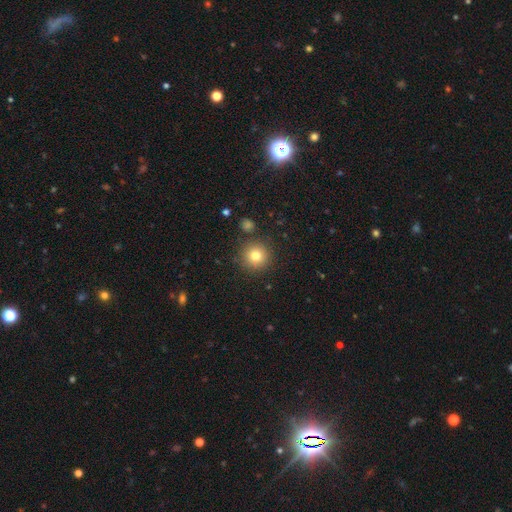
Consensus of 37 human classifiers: Q: Smooth or featured?
A: smooth (81%); runner-up: featured or disk (19%)
Q: How rounded?
A: round (90%); runner-up: in between (10%)
Q: Merging?
A: none (86%); runner-up: minor disturbance (8%)